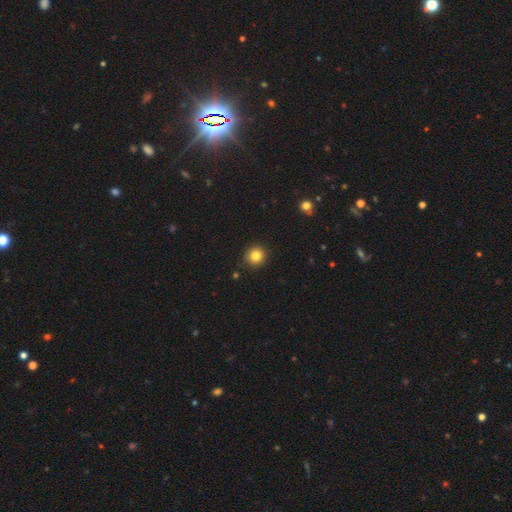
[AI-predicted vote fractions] Smooth or featured? smooth (83%)
How rounded? round (93%)
Merging? none (91%)